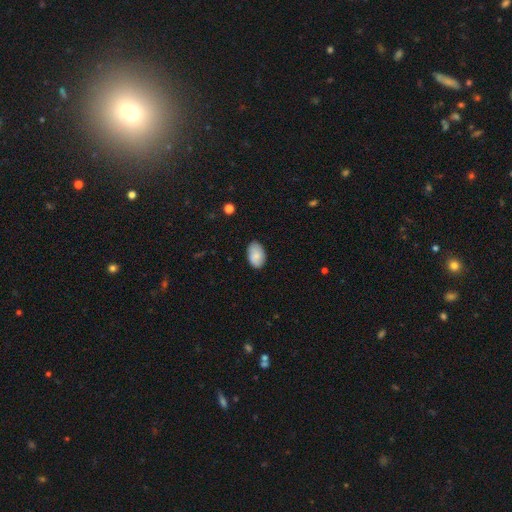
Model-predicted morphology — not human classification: Smooth or featured?
  - smooth: 84% *
  - featured or disk: 9%
  - star or artifact: 7%
How rounded?
  - in between: 91% *
  - round: 7%
  - cigar-shaped: 1%
Merging?
  - none: 82% *
  - minor disturbance: 15%
  - major disturbance: 2%
  - merger: 1%